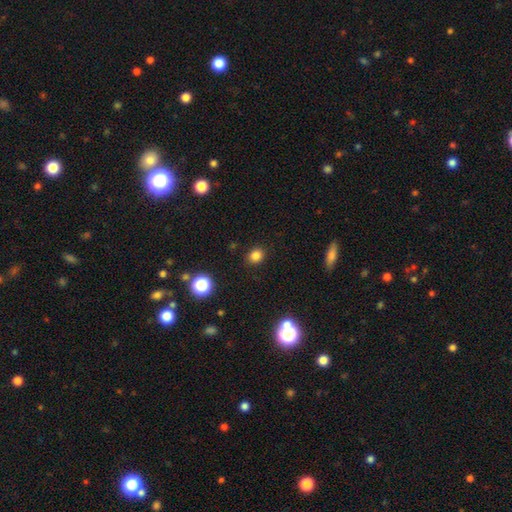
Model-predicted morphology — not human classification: A smooth galaxy with no disk features (82%) that is round (74%).

Vote fractions:
- Smooth or featured? smooth: 82% / star or artifact: 13% / featured or disk: 5%
- How rounded? round: 74% / in between: 25% / cigar-shaped: 1%
- Merging? none: 89% / minor disturbance: 7% / major disturbance: 2% / merger: 1%